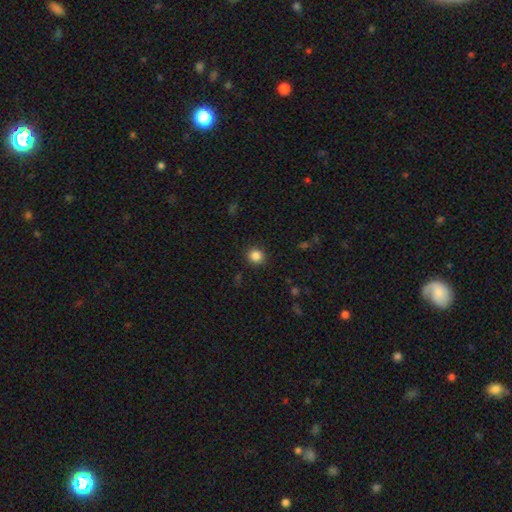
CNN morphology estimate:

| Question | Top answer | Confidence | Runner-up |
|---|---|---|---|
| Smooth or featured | smooth | 85% | star or artifact (11%) |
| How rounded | round | 88% | in between (11%) |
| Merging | none | 91% | minor disturbance (6%) |